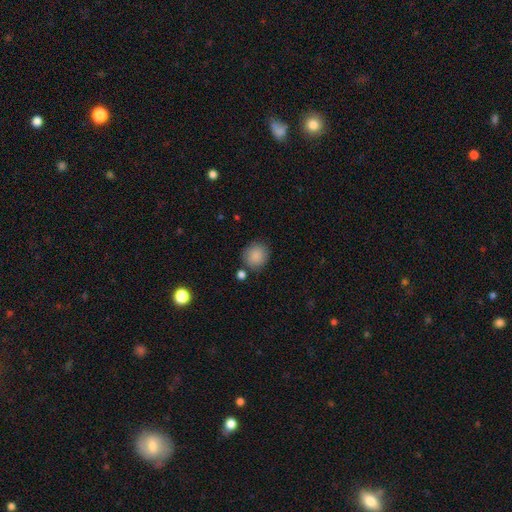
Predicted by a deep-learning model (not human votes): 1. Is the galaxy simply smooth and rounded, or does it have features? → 88% smooth, 8% star or artifact, 4% featured or disk.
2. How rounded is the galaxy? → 82% round, 17% in between, 1% cigar-shaped.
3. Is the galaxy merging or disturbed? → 80% none, 11% minor disturbance, 6% merger, 3% major disturbance.